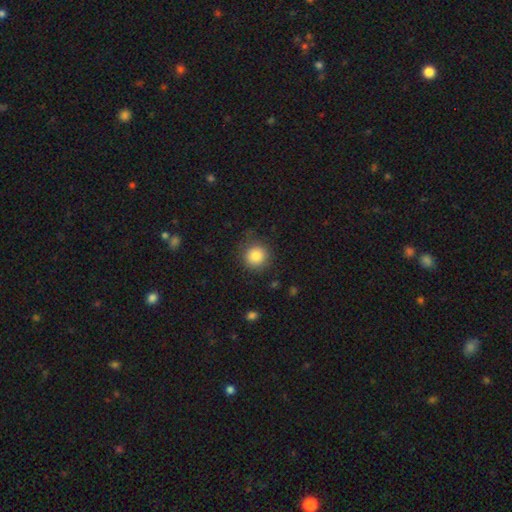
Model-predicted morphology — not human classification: A smooth galaxy with no disk features (84%) that is round (93%). Merging: none (80%).